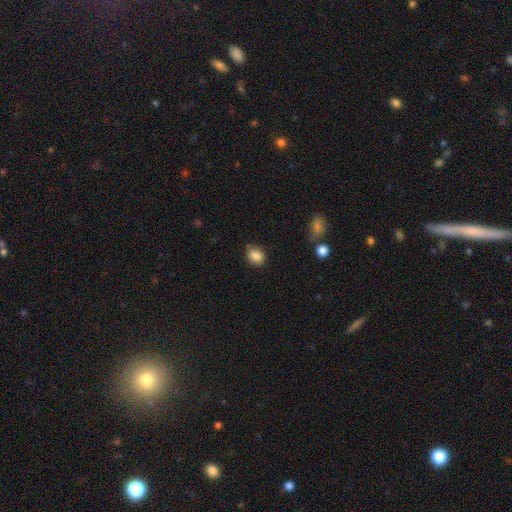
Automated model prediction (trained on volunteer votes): Smooth or featured? Predicted: smooth (p=0.86). How rounded? Predicted: in between (p=0.51). Merging? Predicted: none (p=0.76).